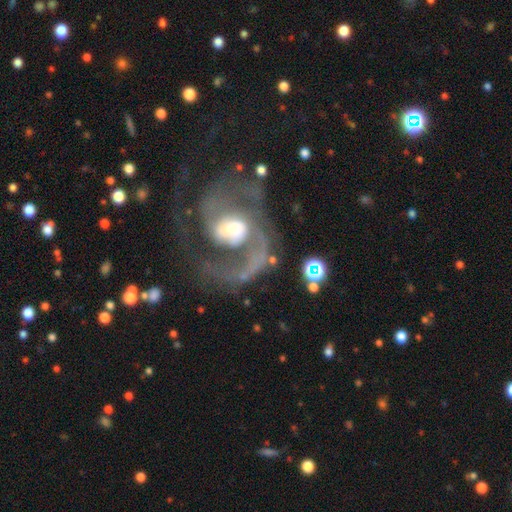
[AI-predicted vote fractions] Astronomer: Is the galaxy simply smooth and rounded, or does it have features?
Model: featured or disk — 88%.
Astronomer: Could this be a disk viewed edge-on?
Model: no — 98%.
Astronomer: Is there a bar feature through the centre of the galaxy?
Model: weak — 46% (runner-up: no, 36%).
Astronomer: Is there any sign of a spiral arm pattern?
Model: yes — 95%.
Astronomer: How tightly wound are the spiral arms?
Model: medium — 53%.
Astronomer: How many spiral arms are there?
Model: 2 — 62%.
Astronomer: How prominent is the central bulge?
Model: moderate — 46% (runner-up: large, 33%).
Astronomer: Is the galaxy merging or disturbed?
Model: none — 54%.